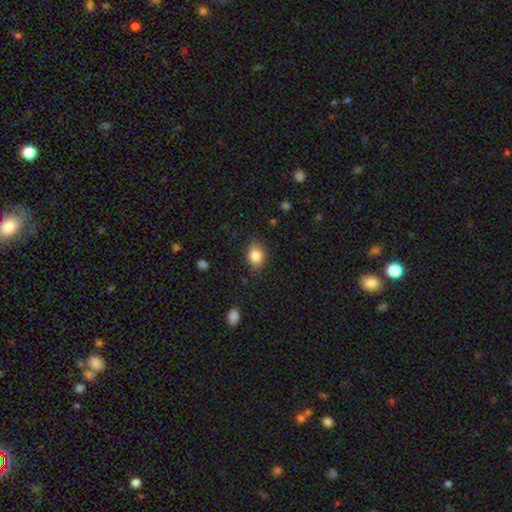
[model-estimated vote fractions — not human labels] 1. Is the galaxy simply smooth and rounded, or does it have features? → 83% smooth, 9% star or artifact, 8% featured or disk.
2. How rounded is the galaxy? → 64% in between, 35% round, 1% cigar-shaped.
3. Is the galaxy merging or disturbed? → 82% none, 14% minor disturbance, 3% major disturbance, 1% merger.